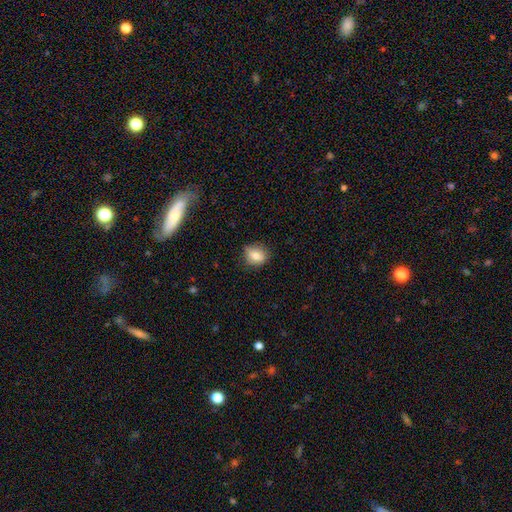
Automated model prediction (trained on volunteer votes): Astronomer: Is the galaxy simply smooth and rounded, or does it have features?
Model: smooth — 78%.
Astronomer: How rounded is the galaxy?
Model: round — 62%.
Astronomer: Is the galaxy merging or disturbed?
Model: none — 76%.